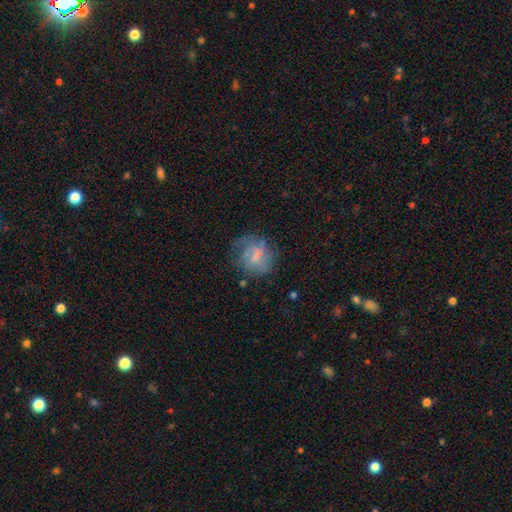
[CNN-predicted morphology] smooth-or-featured: featured or disk: 48% | smooth: 42% | star or artifact: 10%
  merging: none: 50% | minor disturbance: 24% | major disturbance: 22% | merger: 4%